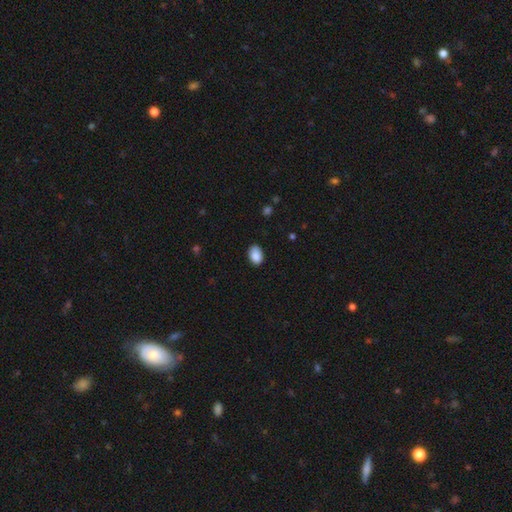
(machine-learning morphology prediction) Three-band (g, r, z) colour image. It shows a smooth galaxy with no disk features (88%) that is in between round and cigar-shaped (88%). Merging: none (80%).